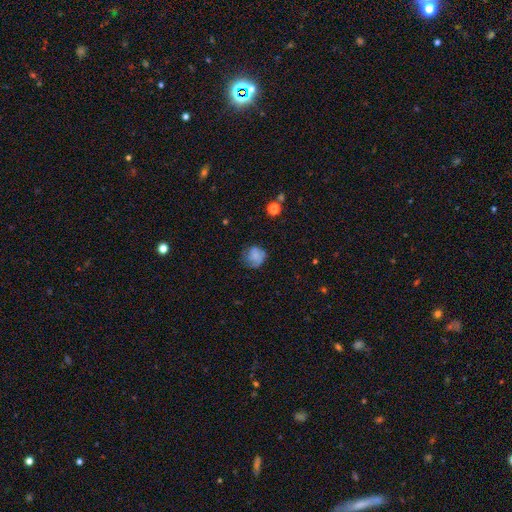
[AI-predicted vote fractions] This appears to be a smooth galaxy with no disk features (57%) that is round (80%). Merging: none (59%).